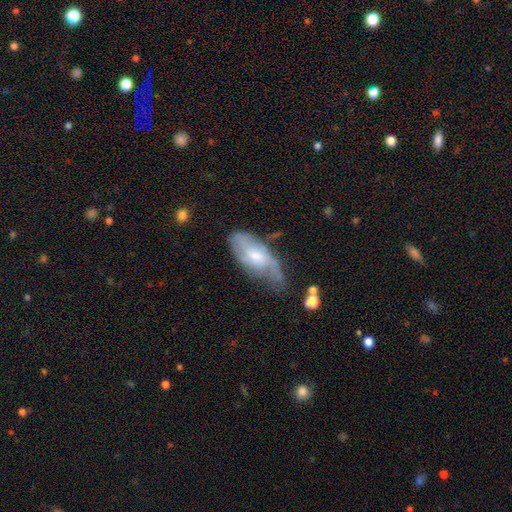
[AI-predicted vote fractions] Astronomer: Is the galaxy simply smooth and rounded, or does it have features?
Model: featured or disk — 60%.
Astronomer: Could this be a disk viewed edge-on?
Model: no — 88%.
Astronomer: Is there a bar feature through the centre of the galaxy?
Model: no — 57% (runner-up: weak, 36%).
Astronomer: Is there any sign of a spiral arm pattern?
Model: yes — 77%.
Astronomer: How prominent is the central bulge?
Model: moderate — 47% (runner-up: small, 41%).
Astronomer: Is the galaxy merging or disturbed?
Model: none — 40% (runner-up: minor disturbance, 35%).